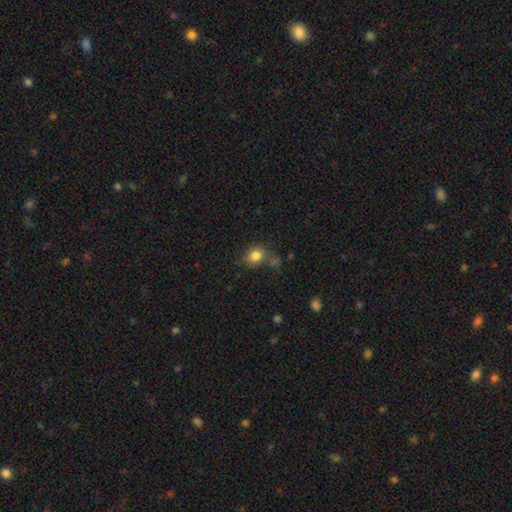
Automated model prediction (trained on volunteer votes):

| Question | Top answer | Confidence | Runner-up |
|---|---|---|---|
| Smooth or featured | smooth | 82% | star or artifact (11%) |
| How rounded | round | 69% | in between (30%) |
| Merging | none | 66% | minor disturbance (17%) |